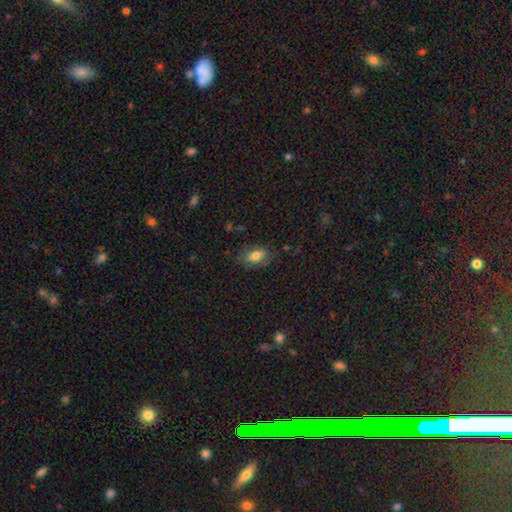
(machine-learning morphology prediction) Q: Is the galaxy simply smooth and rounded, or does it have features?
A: smooth — 73%.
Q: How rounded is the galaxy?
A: in between — 89%.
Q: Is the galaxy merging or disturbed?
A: none — 73%.